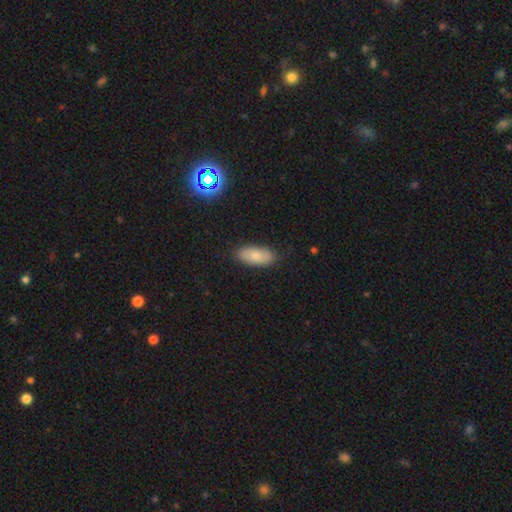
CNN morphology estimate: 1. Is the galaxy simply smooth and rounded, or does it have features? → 77% smooth, 16% featured or disk, 8% star or artifact.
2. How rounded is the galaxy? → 88% in between, 9% cigar-shaped, 3% round.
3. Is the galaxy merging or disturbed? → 85% none, 12% minor disturbance, 2% major disturbance, 1% merger.